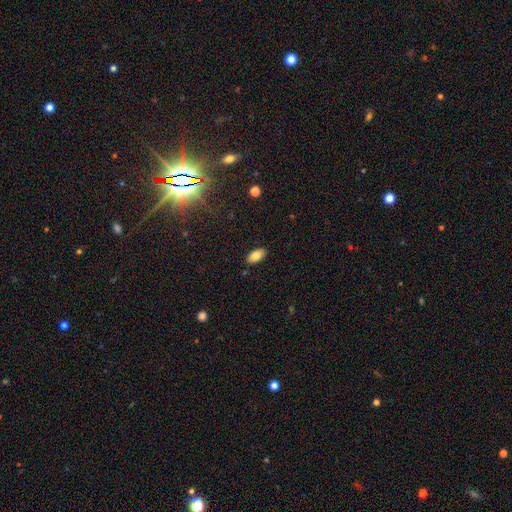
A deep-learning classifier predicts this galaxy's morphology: Overall: smooth (80%). How rounded: in between (93%). Merging: none (87%).